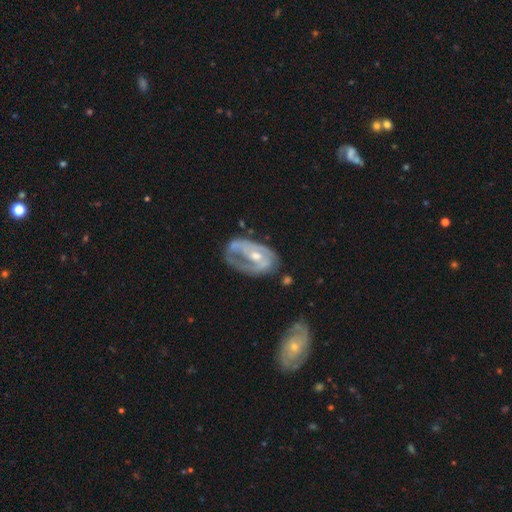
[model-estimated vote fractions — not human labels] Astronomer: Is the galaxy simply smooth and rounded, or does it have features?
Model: featured or disk — 76%.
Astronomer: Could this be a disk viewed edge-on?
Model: no — 95%.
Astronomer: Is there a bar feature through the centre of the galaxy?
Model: no — 56% (runner-up: weak, 32%).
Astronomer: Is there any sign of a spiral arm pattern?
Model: yes — 68%.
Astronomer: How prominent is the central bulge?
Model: moderate — 55% (runner-up: small, 39%).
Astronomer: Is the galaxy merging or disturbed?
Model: none — 42% (runner-up: major disturbance, 28%).